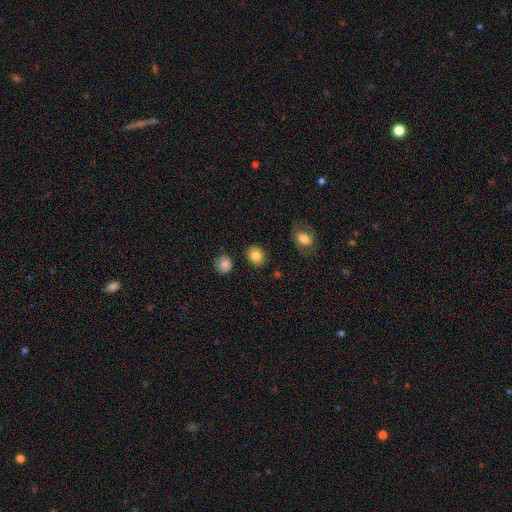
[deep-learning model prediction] smooth-or-featured: smooth: 84% | star or artifact: 9% | featured or disk: 7%
  how-rounded: round: 54% | in between: 45% | cigar-shaped: 1%
  merging: none: 87% | minor disturbance: 8% | merger: 3% | major disturbance: 2%